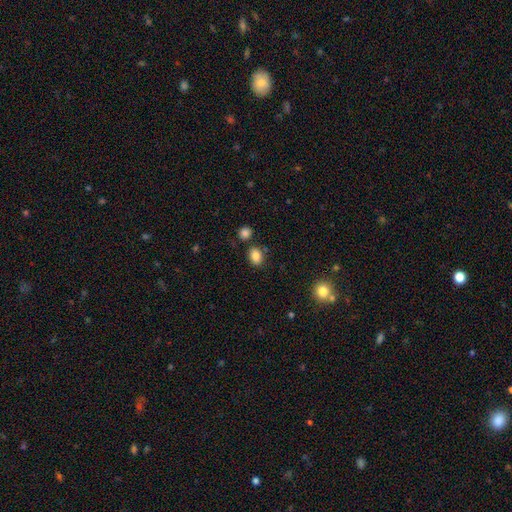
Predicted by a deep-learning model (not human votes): A smooth galaxy with no disk features (85%) that is in between round and cigar-shaped (72%). Merging: none (78%).